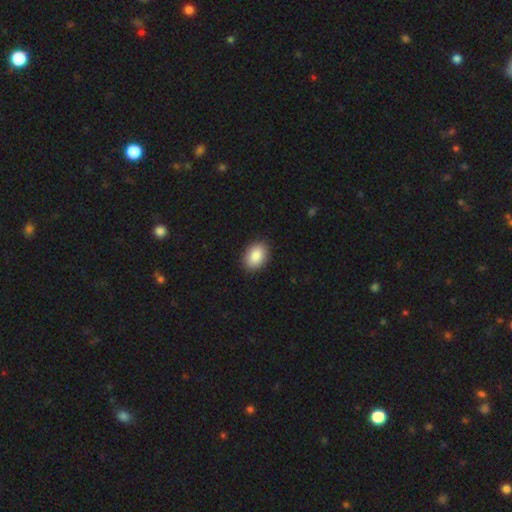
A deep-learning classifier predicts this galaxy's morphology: A smooth galaxy with no disk features (88%) that is in between round and cigar-shaped (81%).

Vote fractions:
- Smooth or featured? smooth: 88% / star or artifact: 7% / featured or disk: 5%
- How rounded? in between: 81% / round: 18% / cigar-shaped: 1%
- Merging? none: 90% / minor disturbance: 7% / major disturbance: 2% / merger: 1%